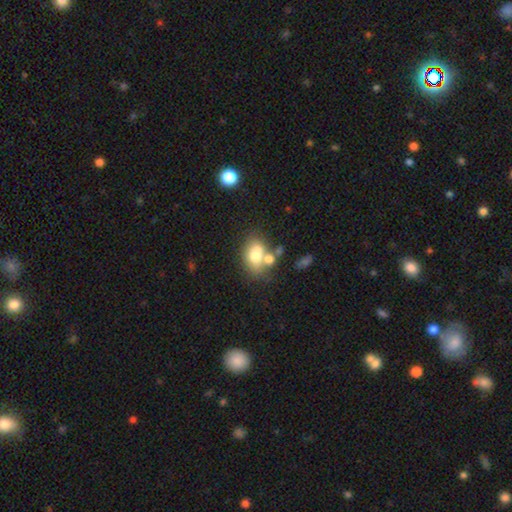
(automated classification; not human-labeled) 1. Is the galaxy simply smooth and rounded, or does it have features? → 69% smooth, 20% featured or disk, 10% star or artifact.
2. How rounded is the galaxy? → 74% in between, 25% round, 2% cigar-shaped.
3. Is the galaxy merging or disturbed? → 42% none, 38% merger, 14% minor disturbance, 6% major disturbance.